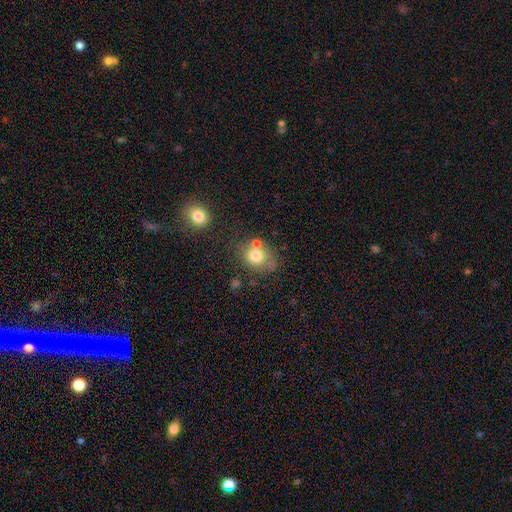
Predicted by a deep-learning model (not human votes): Smooth or featured? Predicted: smooth (p=0.75). How rounded? Predicted: round (p=0.63). Merging? Predicted: none (p=0.53).